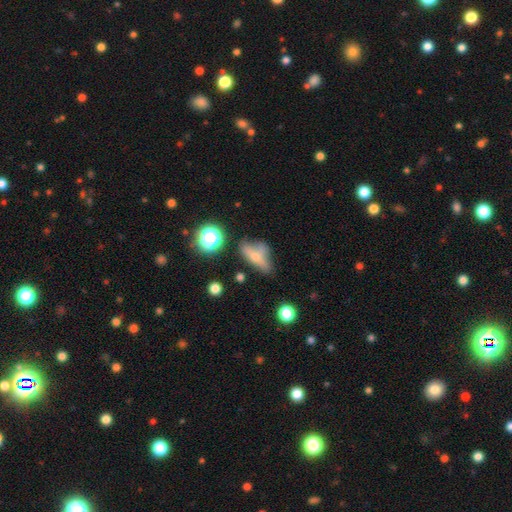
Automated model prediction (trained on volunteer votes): smooth-or-featured: smooth: 47% | featured or disk: 38% | star or artifact: 15%
  merging: none: 42% | minor disturbance: 27% | major disturbance: 23% | merger: 8%